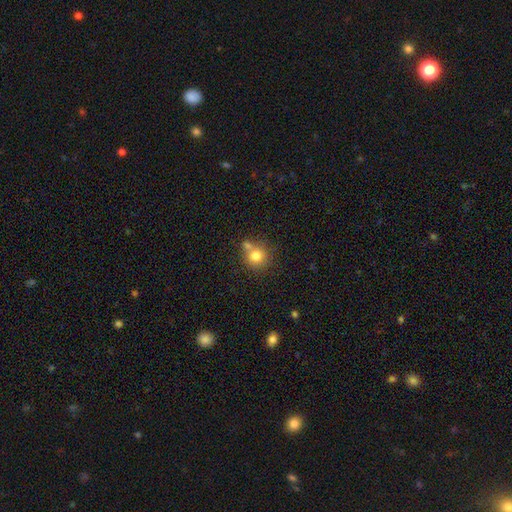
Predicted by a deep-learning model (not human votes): This is likely a smooth galaxy (78%). How rounded: clearly round (89%). Merging: possibly none (56%).